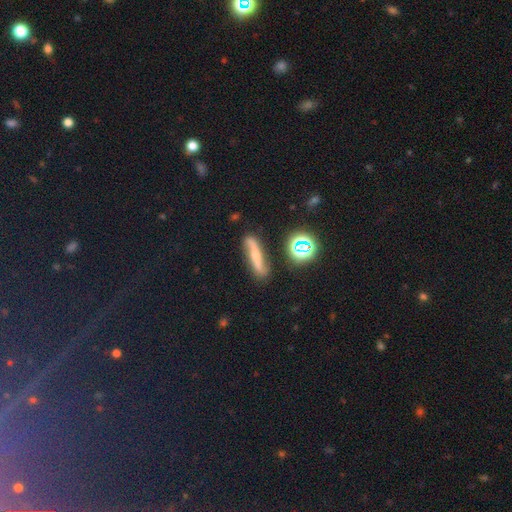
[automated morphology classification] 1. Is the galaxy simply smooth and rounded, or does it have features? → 52% featured or disk, 34% smooth, 14% star or artifact.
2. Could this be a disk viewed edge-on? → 56% no, 44% yes.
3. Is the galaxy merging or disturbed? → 76% none, 15% minor disturbance, 5% major disturbance, 4% merger.